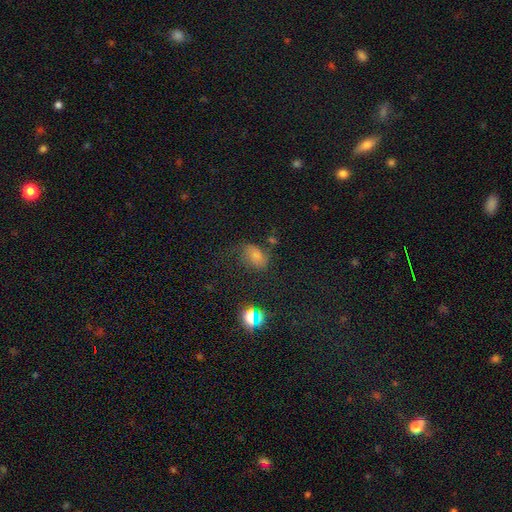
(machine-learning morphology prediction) Q: Smooth or featured?
A: smooth (52%); runner-up: star or artifact (27%)
Q: How rounded?
A: in between (78%); runner-up: round (20%)
Q: Merging?
A: none (51%); runner-up: minor disturbance (27%)